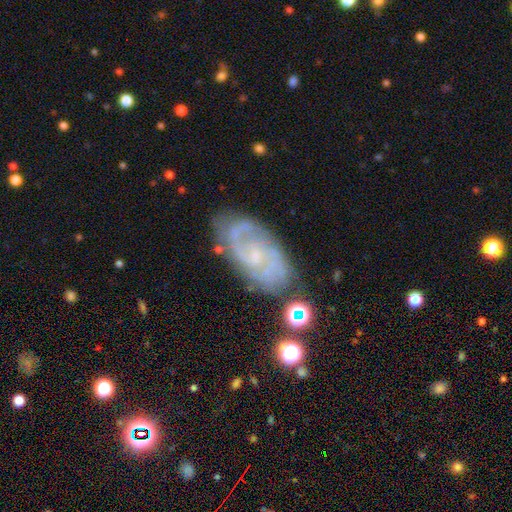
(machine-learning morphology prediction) Smooth or featured: featured or disk — 81% (smooth — 11%)
Edge-on disk: no — 96% (yes — 4%)
Bar: no — 58% (weak — 36%)
Spiral arms: yes — 95% (no — 5%)
Spiral winding: tight — 47% (medium — 41%)
Spiral arm count: 2 — 57% (can't tell — 21%)
Bulge size: small — 72% (moderate — 15%)
Merging: none — 73% (minor disturbance — 18%)